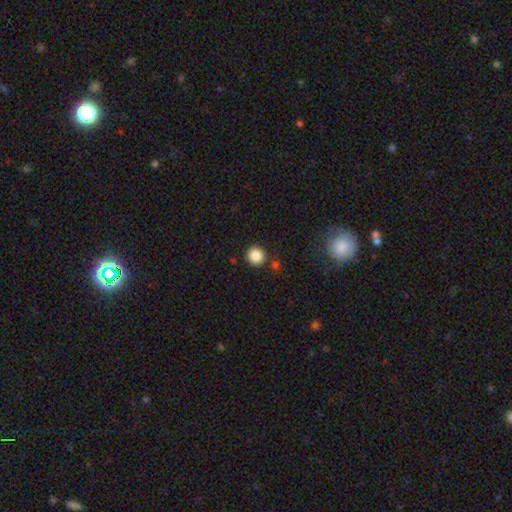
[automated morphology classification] Overall: smooth (86%). How rounded: round (93%). Merging: none (87%).